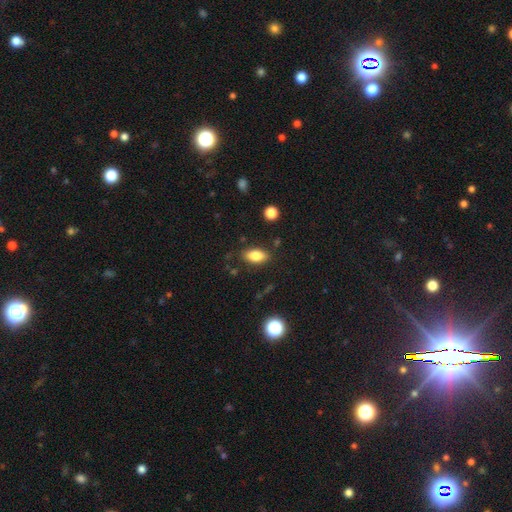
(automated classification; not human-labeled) Overall: smooth (80%). How rounded: in between (87%). Merging: none (83%).